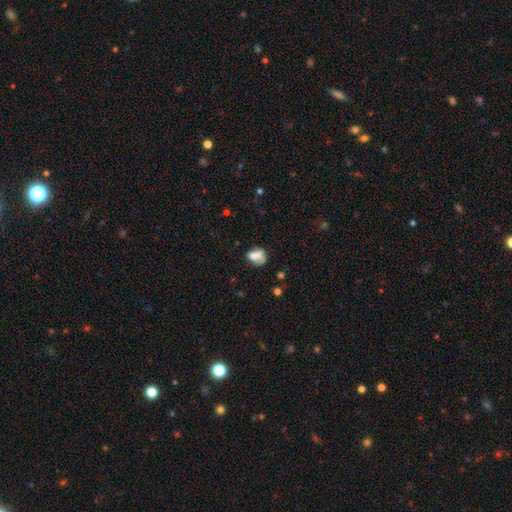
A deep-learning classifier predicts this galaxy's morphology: Overall: smooth (65%). How rounded: in between (57%; round 40%). Merging: none (39%; minor disturbance 25%).